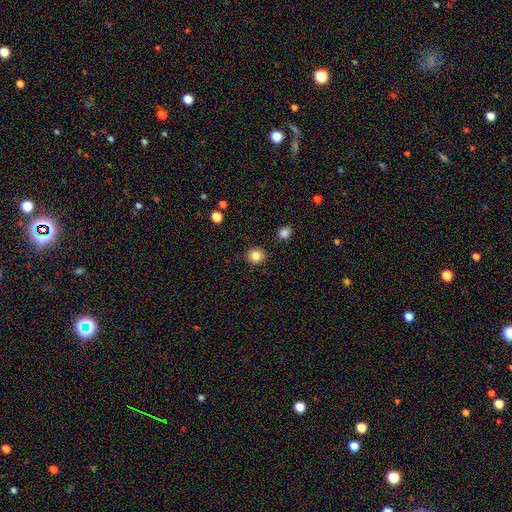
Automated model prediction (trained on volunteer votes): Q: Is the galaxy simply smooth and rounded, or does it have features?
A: smooth — 84%.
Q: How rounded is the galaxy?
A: round — 89%.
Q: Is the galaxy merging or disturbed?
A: none — 89%.